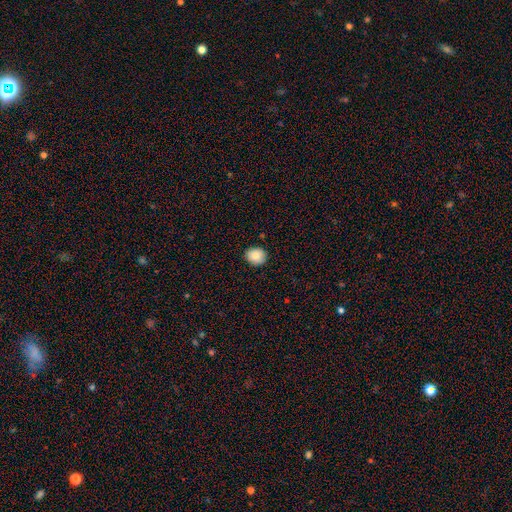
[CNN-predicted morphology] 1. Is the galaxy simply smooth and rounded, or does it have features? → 86% smooth, 8% star or artifact, 6% featured or disk.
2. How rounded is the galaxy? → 74% round, 26% in between, 1% cigar-shaped.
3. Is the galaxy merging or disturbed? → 89% none, 8% minor disturbance, 2% major disturbance, 1% merger.